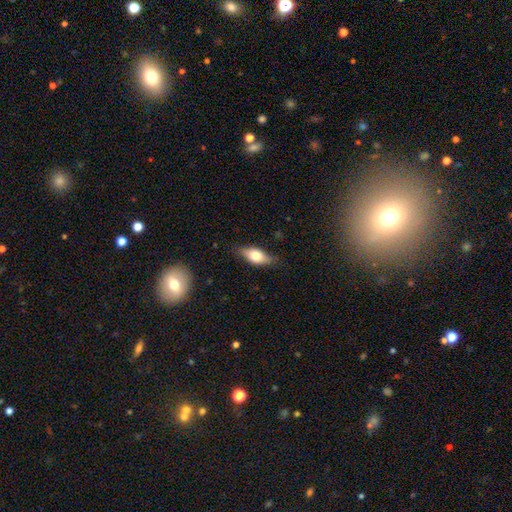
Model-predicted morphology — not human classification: Smooth or featured?
  - smooth: 65% *
  - featured or disk: 28%
  - star or artifact: 7%
How rounded?
  - in between: 80% *
  - cigar-shaped: 16%
  - round: 4%
Merging?
  - none: 78% *
  - minor disturbance: 17%
  - major disturbance: 4%
  - merger: 1%